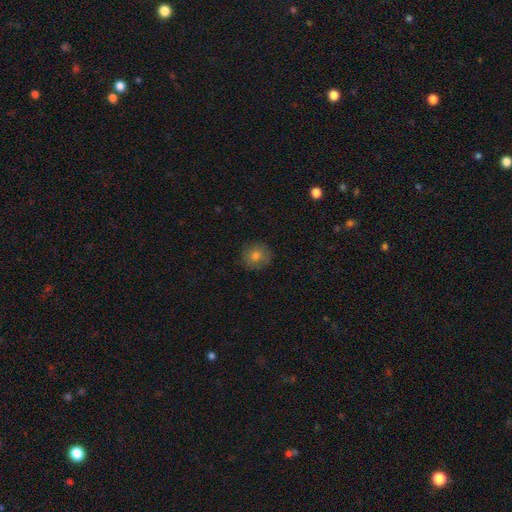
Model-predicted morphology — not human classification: smooth 75%, featured or disk 14%, star or artifact 12%. Down the decision tree: how rounded — round (91%); merging — none (88%).